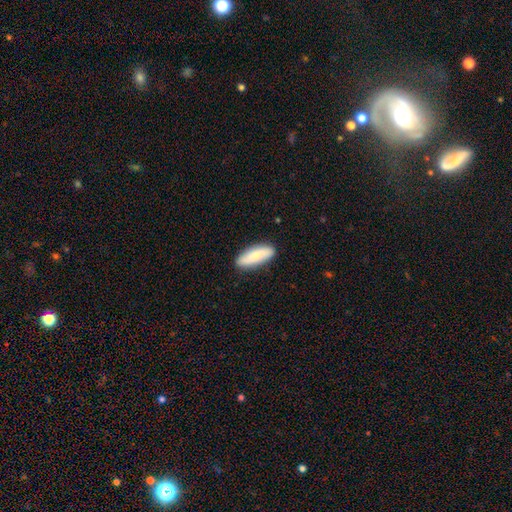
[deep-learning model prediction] smooth-or-featured: smooth: 74% | featured or disk: 21% | star or artifact: 6%
  how-rounded: in between: 63% | cigar-shaped: 35% | round: 2%
  merging: none: 87% | minor disturbance: 10% | major disturbance: 2% | merger: 1%